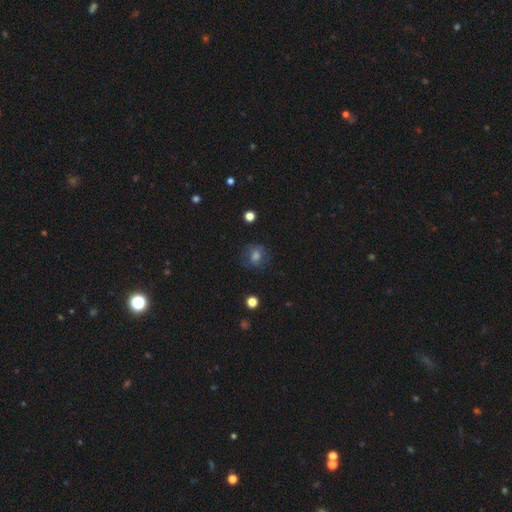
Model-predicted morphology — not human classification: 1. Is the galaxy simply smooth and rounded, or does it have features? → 63% smooth, 19% star or artifact, 18% featured or disk.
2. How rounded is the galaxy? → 67% round, 32% in between, 1% cigar-shaped.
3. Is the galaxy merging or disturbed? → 75% none, 16% minor disturbance, 7% major disturbance, 2% merger.